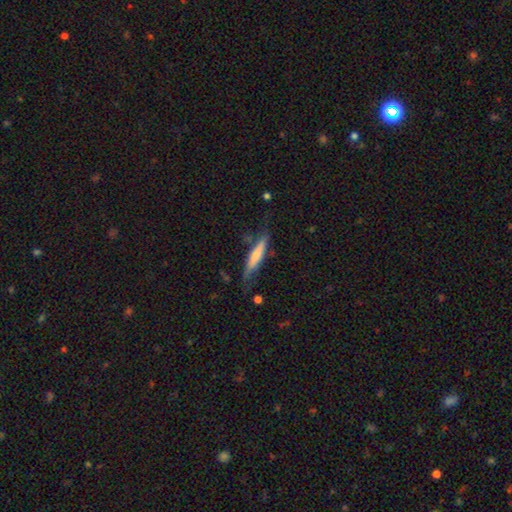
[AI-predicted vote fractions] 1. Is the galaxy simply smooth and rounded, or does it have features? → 59% smooth, 35% featured or disk, 6% star or artifact.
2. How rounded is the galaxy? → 88% cigar-shaped, 10% in between, 2% round.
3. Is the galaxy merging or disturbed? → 64% none, 25% minor disturbance, 8% major disturbance, 3% merger.